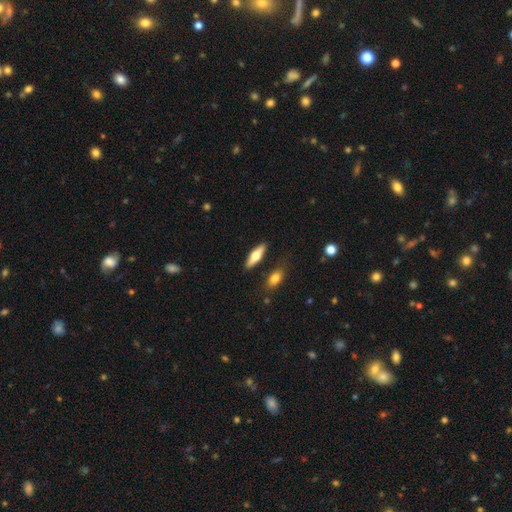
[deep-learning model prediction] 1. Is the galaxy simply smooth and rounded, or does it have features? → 56% smooth, 39% featured or disk, 6% star or artifact.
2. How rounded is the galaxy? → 52% cigar-shaped, 45% in between, 3% round.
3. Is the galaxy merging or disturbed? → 83% none, 10% minor disturbance, 4% merger, 3% major disturbance.